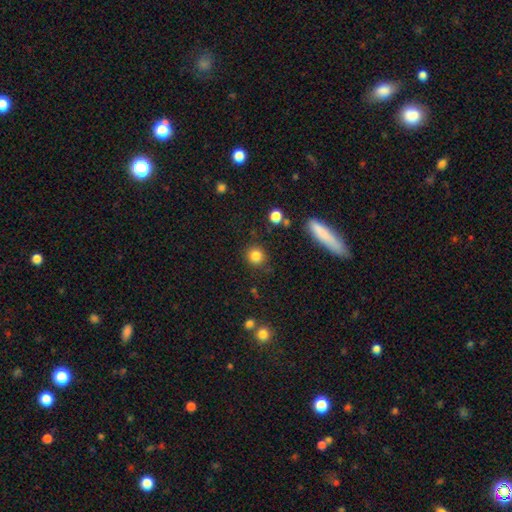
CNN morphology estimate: Q: Smooth or featured?
A: smooth (83%); runner-up: star or artifact (11%)
Q: How rounded?
A: round (90%); runner-up: in between (9%)
Q: Merging?
A: none (87%); runner-up: minor disturbance (8%)